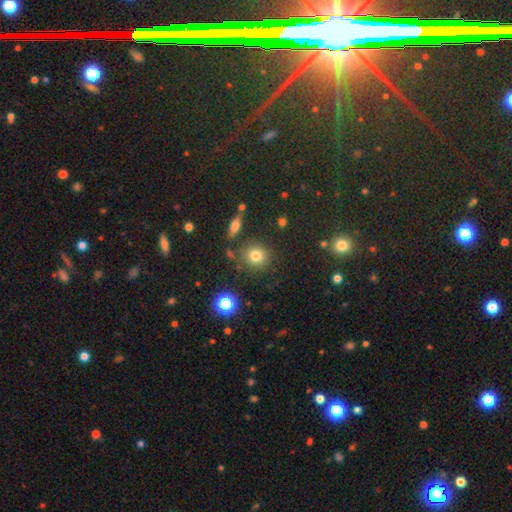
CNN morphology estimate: Smooth or featured: smooth — 75% (star or artifact — 16%)
How rounded: round — 88% (in between — 10%)
Merging: none — 82% (minor disturbance — 9%)